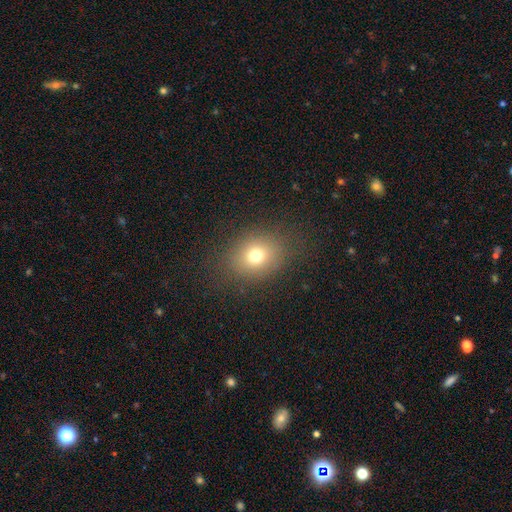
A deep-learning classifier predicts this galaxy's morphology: Overall: smooth (72%). How rounded: round (57%; in between 42%). Merging: none (82%).